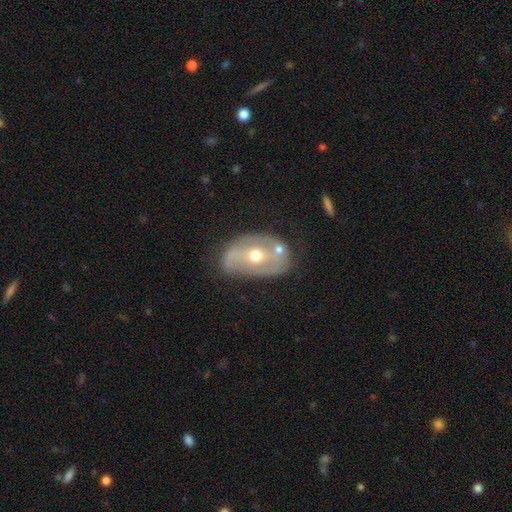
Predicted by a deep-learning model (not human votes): A featured or disk galaxy (69%) with no bar (46%), no spiral arms (51%) and a moderate central bulge (75%). Merging: none (57%).